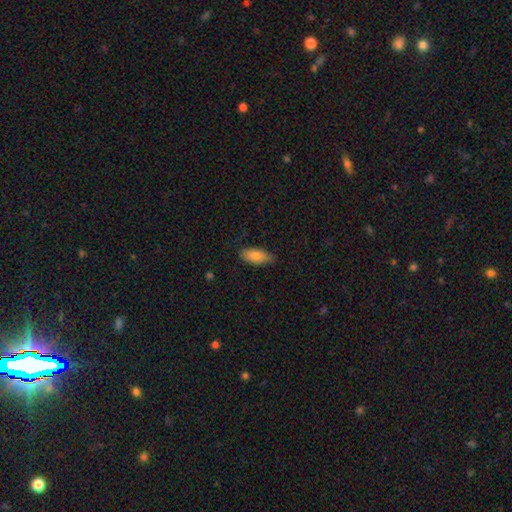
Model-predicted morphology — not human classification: Smooth or featured? smooth (82%)
How rounded? in between (86%)
Merging? none (79%)